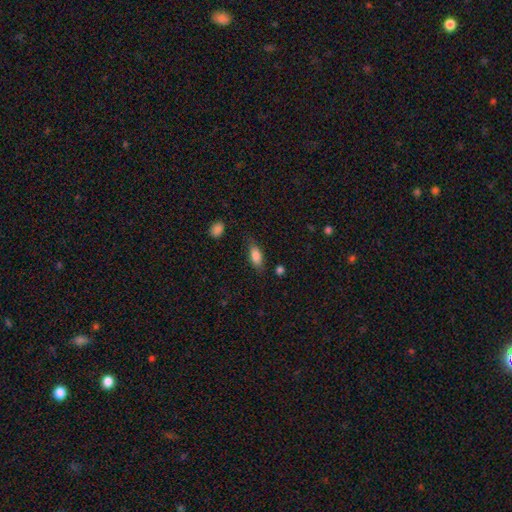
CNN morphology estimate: A smooth galaxy with no disk features (81%) that is in between round and cigar-shaped (80%). Merging: none (73%).